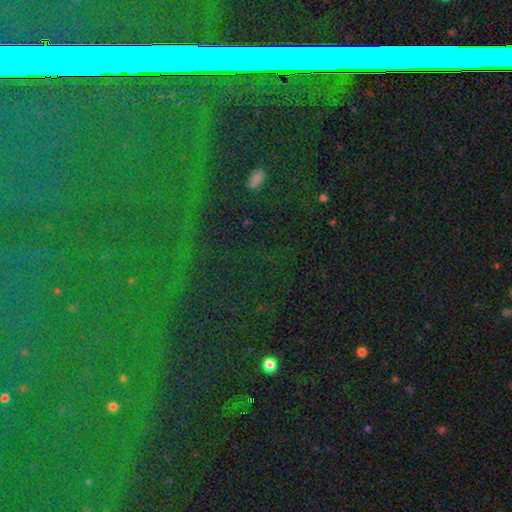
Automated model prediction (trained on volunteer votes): A star or artifact, not a galaxy (80%).